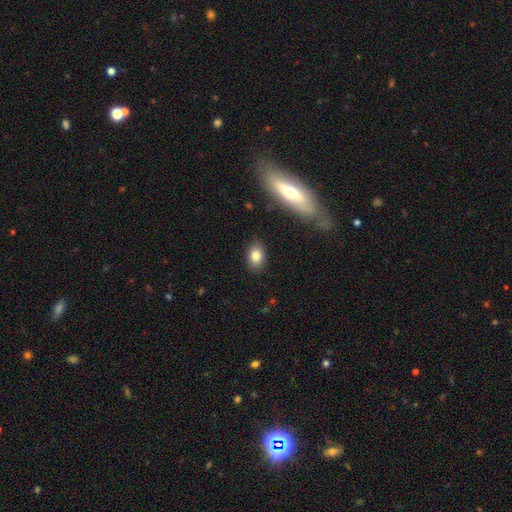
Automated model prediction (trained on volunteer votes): smooth 81%, featured or disk 10%, star or artifact 9%. Down the decision tree: how rounded — in between (81%); merging — none (86%).